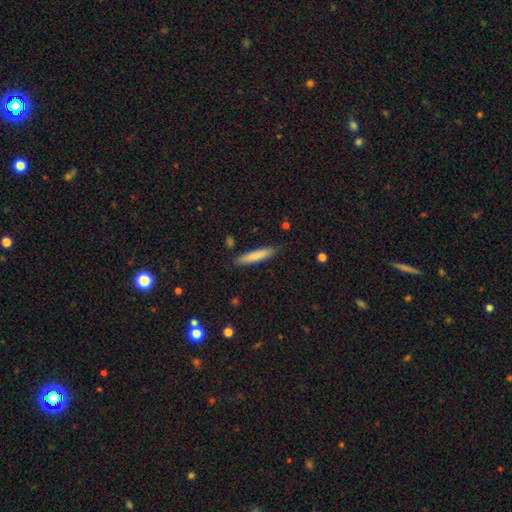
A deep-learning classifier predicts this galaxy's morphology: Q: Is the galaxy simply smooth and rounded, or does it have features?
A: smooth — 80%.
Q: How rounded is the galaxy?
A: cigar-shaped — 89%.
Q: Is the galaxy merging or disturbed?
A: none — 87%.